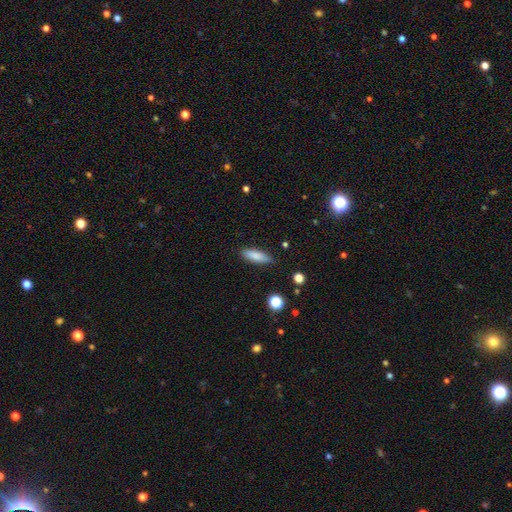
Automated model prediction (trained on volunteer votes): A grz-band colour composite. It shows a smooth galaxy with no disk features (82%) that is cigar-shaped (56%). Merging: none (84%).